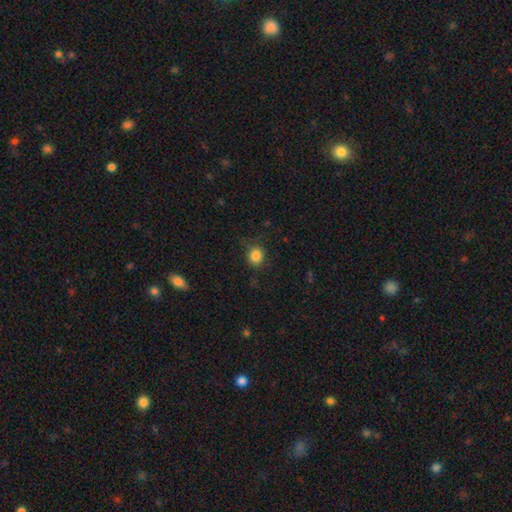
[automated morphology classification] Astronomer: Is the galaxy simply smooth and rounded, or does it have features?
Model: smooth — 84%.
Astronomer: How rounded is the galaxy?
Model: round — 77%.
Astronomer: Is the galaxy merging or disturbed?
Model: none — 78%.